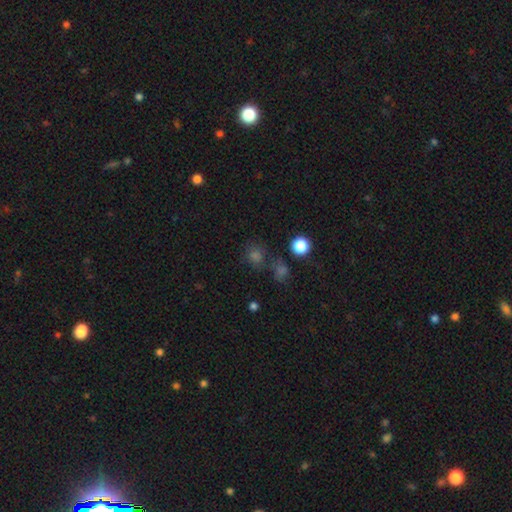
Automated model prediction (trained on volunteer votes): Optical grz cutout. It shows a smooth galaxy with no disk features (60%) that is round (83%). Merging: none (70%).